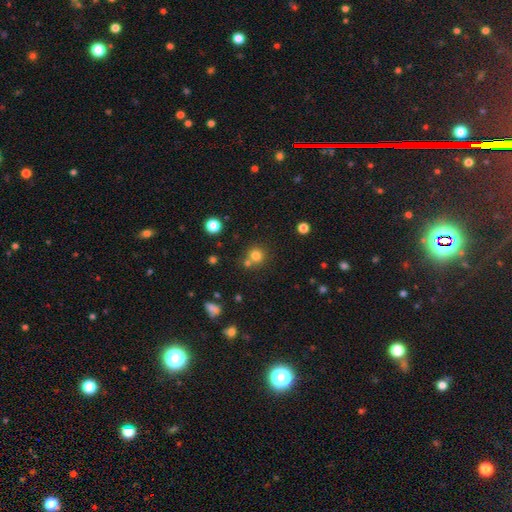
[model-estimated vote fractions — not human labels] The model was most divided on "merging": none: 63%, merger: 26%, minor disturbance: 8%, major disturbance: 3%. More confident: how rounded — round (90%); smooth or featured — smooth (77%).